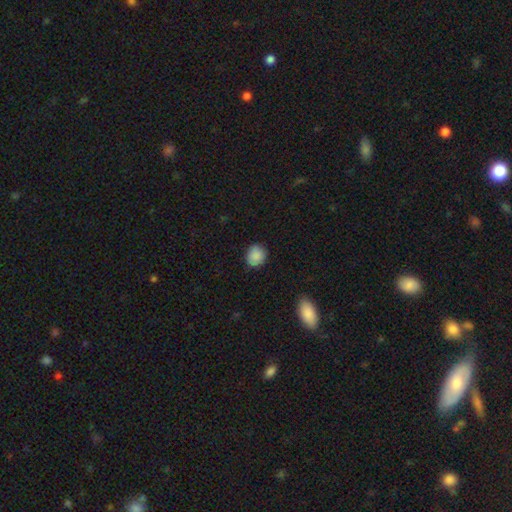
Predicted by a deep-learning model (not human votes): Smooth or featured? Predicted: smooth (p=0.87). How rounded? Predicted: round (p=0.77). Merging? Predicted: none (p=0.82).